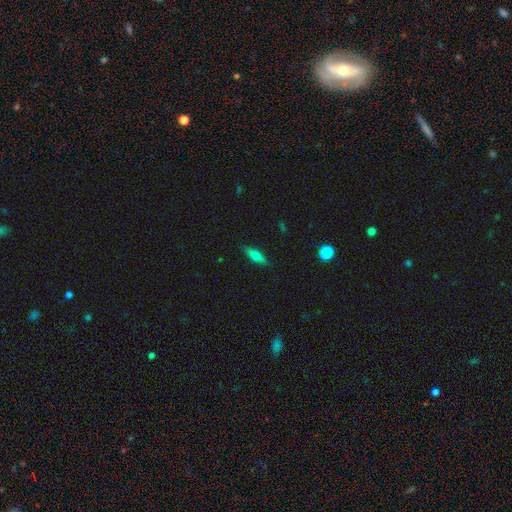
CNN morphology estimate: This appears to be a smooth galaxy with no disk features (51%) that is cigar-shaped (66%). Merging: none (87%).